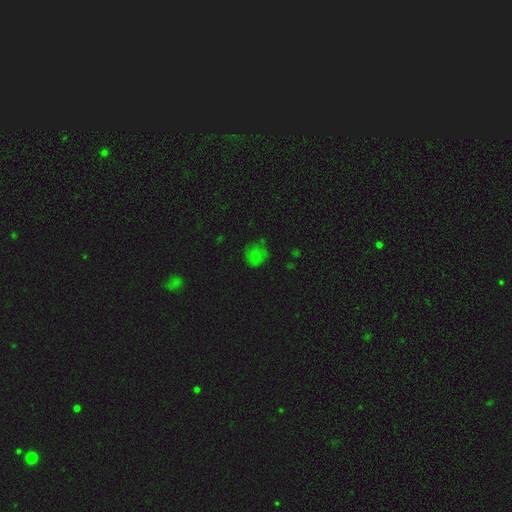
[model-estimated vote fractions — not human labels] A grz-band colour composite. It shows a smooth galaxy with no disk features (68%) that is round (81%). Merging: none (62%).